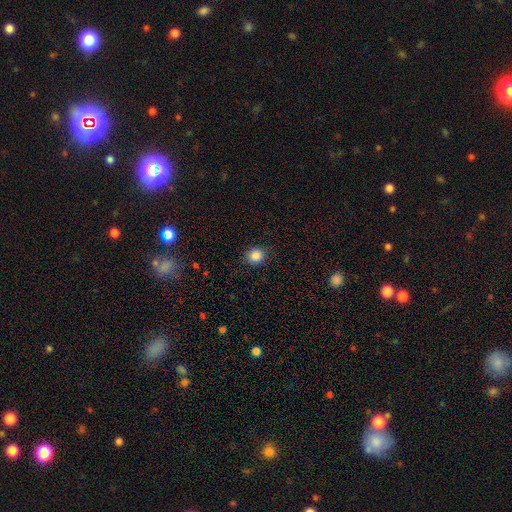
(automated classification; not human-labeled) Smooth or featured? smooth (86%)
How rounded? round (81%)
Merging? none (86%)